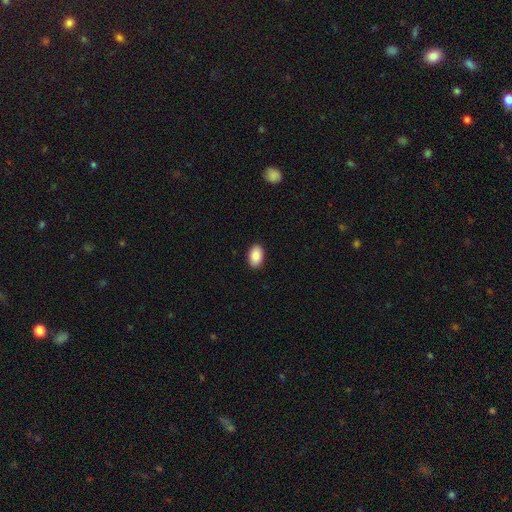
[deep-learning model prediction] Overall: smooth (89%). How rounded: in between (92%). Merging: none (90%).